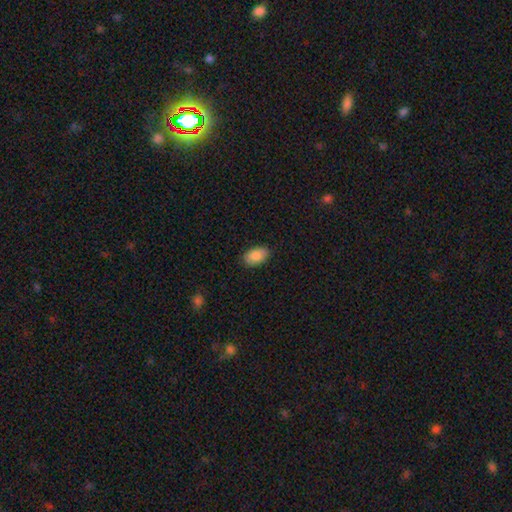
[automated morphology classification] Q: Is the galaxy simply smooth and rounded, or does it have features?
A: smooth — 87%.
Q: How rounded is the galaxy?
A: in between — 93%.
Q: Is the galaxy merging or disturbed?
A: none — 87%.